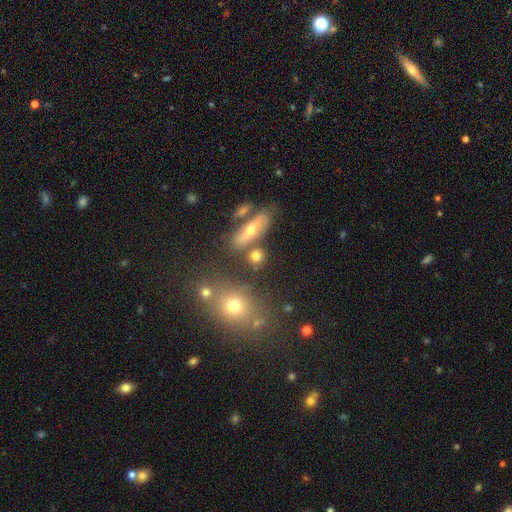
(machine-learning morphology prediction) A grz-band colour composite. It shows a smooth galaxy with no disk features (69%) that is round (52%). Merging: none (69%).